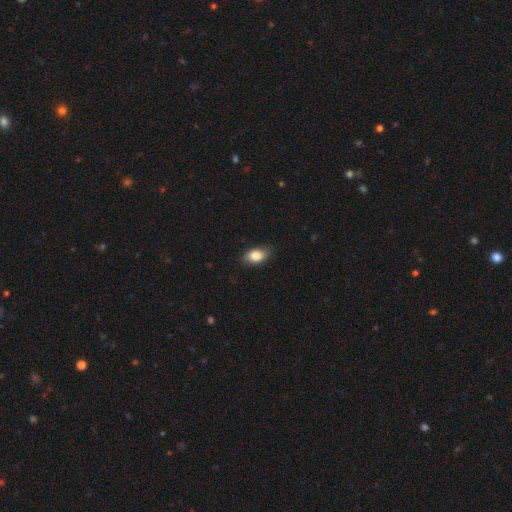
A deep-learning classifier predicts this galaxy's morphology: smooth_or_featured: smooth (p=0.82) [alt: featured or disk p=0.10]
how_rounded: in between (p=0.86) [alt: round p=0.11]
merging: none (p=0.82) [alt: minor disturbance p=0.14]